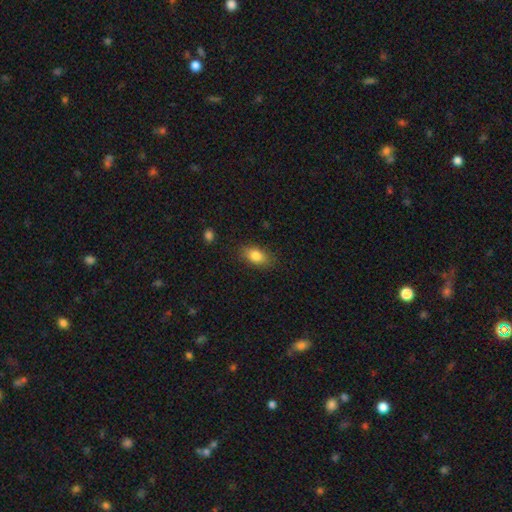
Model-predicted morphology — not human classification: This is clearly a smooth galaxy (83%). How rounded: clearly in between (86%). Merging: clearly none (84%).